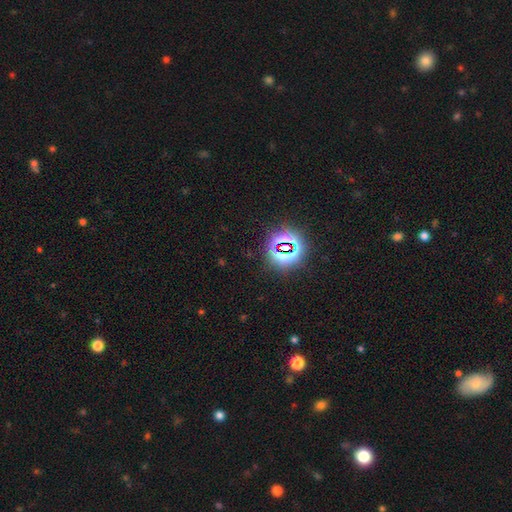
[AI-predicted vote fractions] The model was most divided on "smooth or featured": star or artifact: 80%, smooth: 12%, featured or disk: 7%.